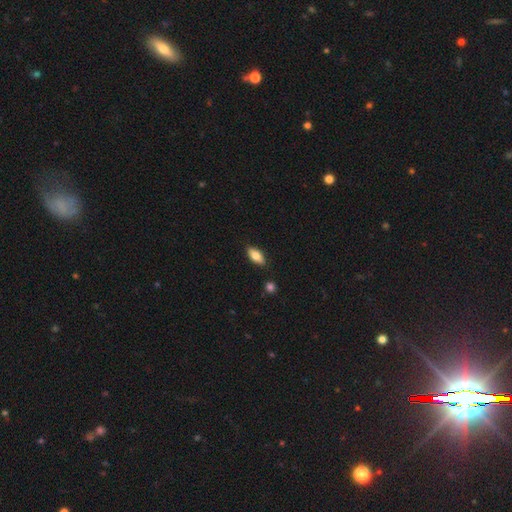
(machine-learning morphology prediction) Q: Smooth or featured?
A: smooth (79%); runner-up: featured or disk (15%)
Q: How rounded?
A: in between (87%); runner-up: cigar-shaped (10%)
Q: Merging?
A: none (84%); runner-up: minor disturbance (12%)